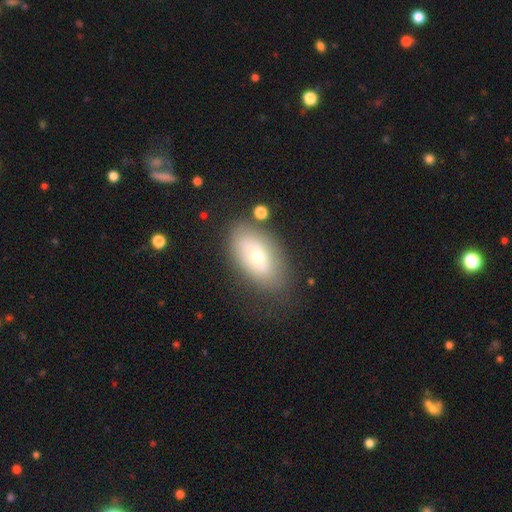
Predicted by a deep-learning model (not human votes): smooth_or_featured: smooth (p=0.59) [alt: featured or disk p=0.32]
how_rounded: in between (p=0.91) [alt: round p=0.07]
merging: none (p=0.71) [alt: minor disturbance p=0.18]